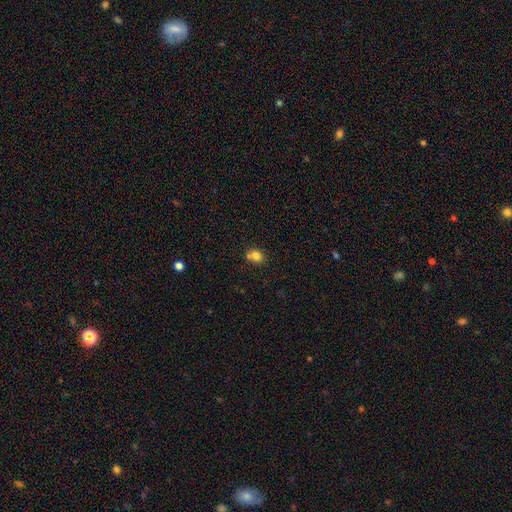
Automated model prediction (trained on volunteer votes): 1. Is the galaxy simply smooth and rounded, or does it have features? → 78% smooth, 12% star or artifact, 10% featured or disk.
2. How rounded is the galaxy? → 71% round, 28% in between, 1% cigar-shaped.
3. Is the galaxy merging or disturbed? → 57% none, 27% merger, 12% minor disturbance, 3% major disturbance.